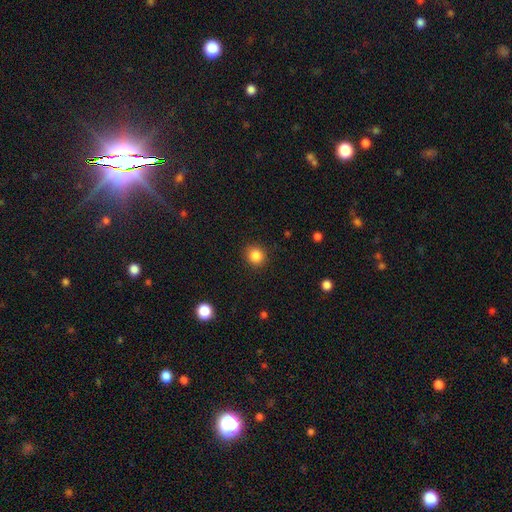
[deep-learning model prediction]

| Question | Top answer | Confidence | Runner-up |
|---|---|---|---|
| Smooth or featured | smooth | 85% | star or artifact (11%) |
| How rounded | round | 90% | in between (10%) |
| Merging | none | 90% | minor disturbance (7%) |